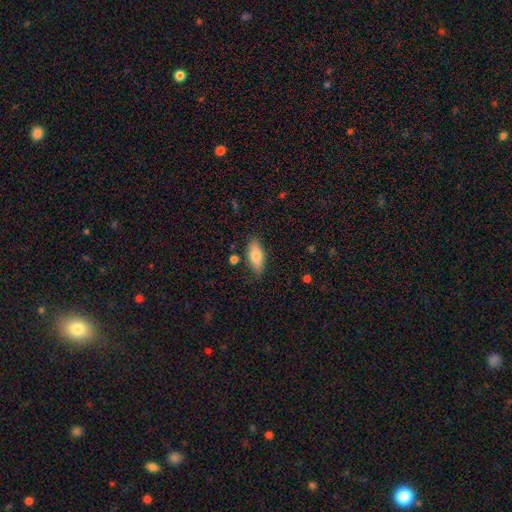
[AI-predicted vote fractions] Smooth or featured? Predicted: smooth (p=0.80). How rounded? Predicted: in between (p=0.81). Merging? Predicted: none (p=0.81).